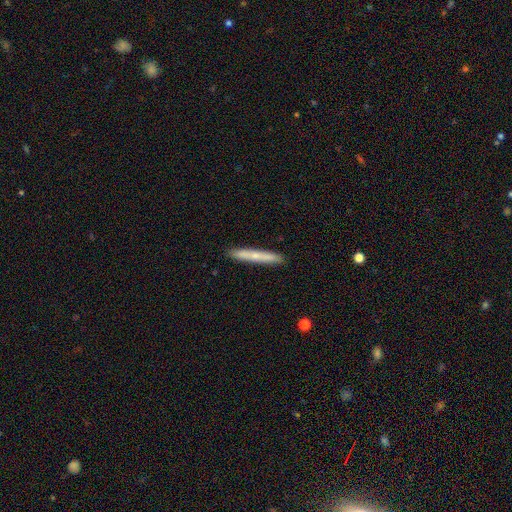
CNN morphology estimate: Overall: smooth (58%; featured or disk 36%). How rounded: cigar-shaped (96%). Merging: none (91%).